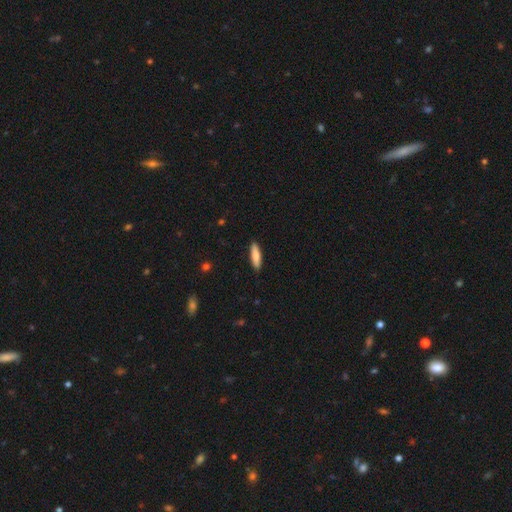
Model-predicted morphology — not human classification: Smooth or featured? smooth (80%)
How rounded? cigar-shaped (67%)
Merging? none (89%)